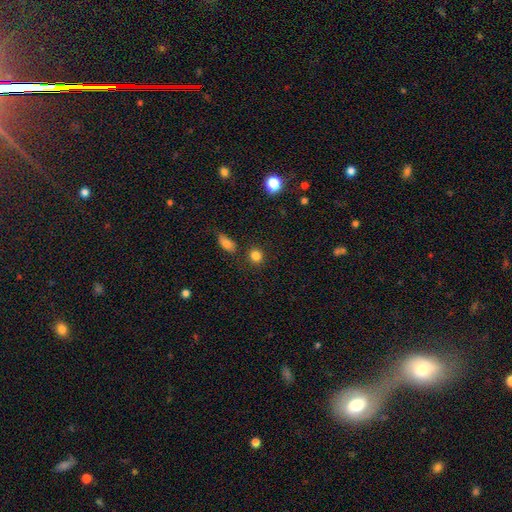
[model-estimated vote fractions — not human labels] A smooth galaxy with no disk features (83%) that is round (81%).

Vote fractions:
- Smooth or featured? smooth: 83% / star or artifact: 11% / featured or disk: 5%
- How rounded? round: 81% / in between: 18% / cigar-shaped: 1%
- Merging? none: 83% / minor disturbance: 9% / merger: 6% / major disturbance: 3%